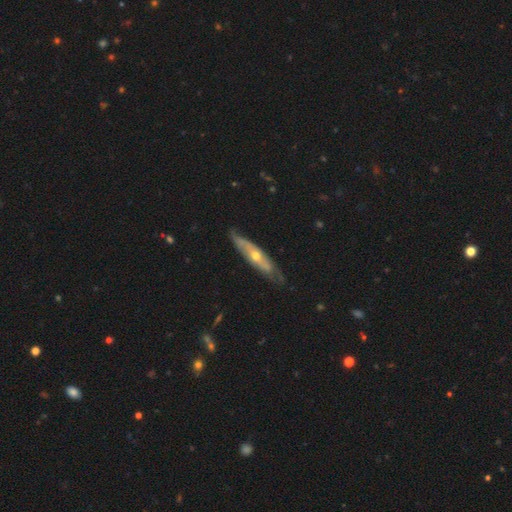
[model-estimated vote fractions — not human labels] Smooth or featured? Predicted: featured or disk (p=0.70). Edge-on disk? Predicted: yes (p=0.51). Merging? Predicted: none (p=0.72).